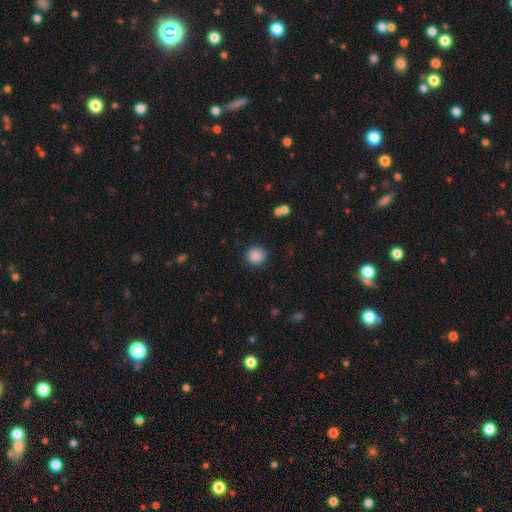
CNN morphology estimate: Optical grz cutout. It shows a smooth galaxy with no disk features (88%) that is round (93%). Merging: none (90%).